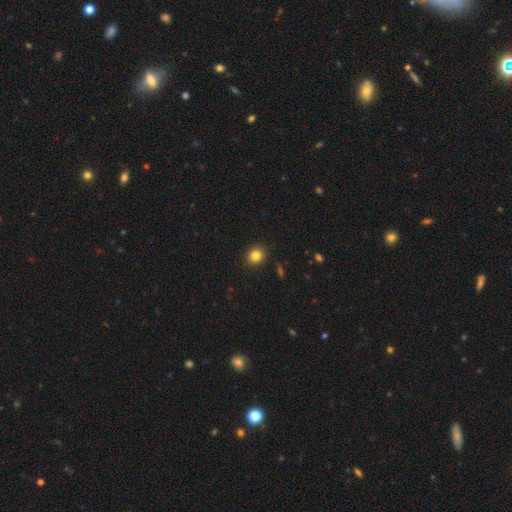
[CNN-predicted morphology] smooth 83%, star or artifact 11%, featured or disk 6%. Down the decision tree: how rounded — round (79%); merging — none (91%).